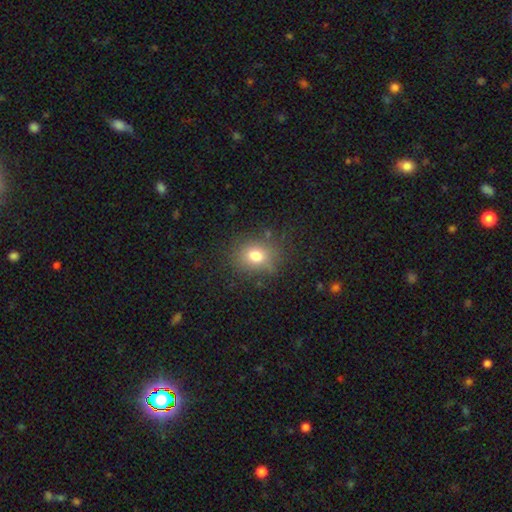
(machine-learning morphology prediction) A smooth galaxy with no disk features (76%) that is round (64%). Merging: none (80%).